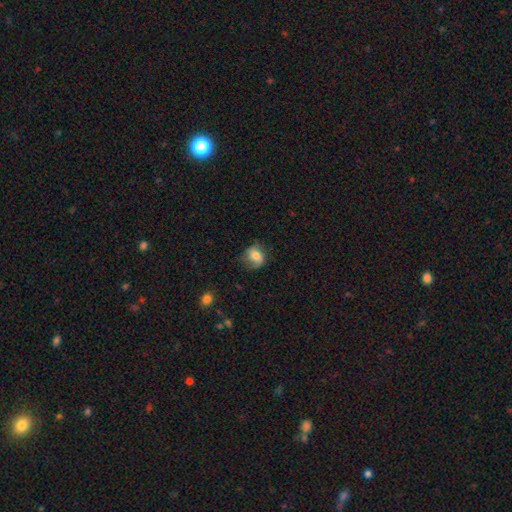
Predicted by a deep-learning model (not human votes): Smooth or featured?
  - smooth: 72% *
  - featured or disk: 20%
  - star or artifact: 9%
How rounded?
  - round: 55% *
  - in between: 43%
  - cigar-shaped: 1%
Merging?
  - none: 60% *
  - minor disturbance: 27%
  - major disturbance: 11%
  - merger: 1%